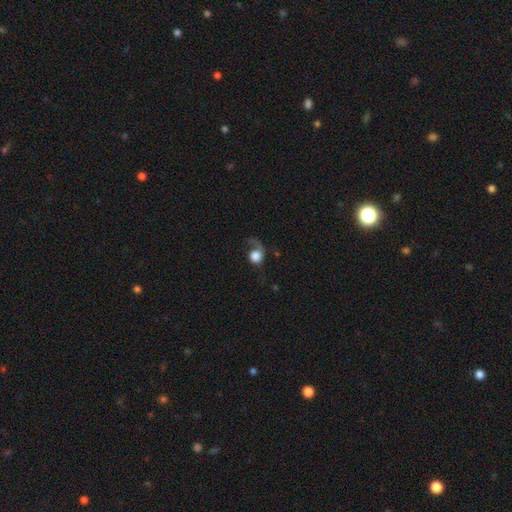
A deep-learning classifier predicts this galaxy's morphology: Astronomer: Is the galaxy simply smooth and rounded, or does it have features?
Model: smooth — 61%.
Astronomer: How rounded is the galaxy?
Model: round — 78%.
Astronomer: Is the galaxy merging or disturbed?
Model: major disturbance — 47% (runner-up: none, 31%).